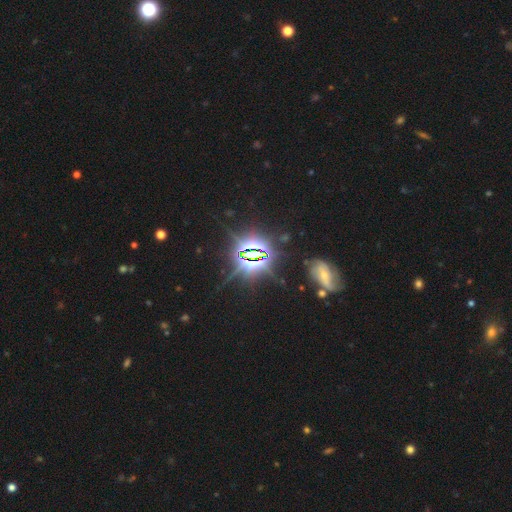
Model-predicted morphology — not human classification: This is clearly a star or artifact rather than a galaxy (82%).